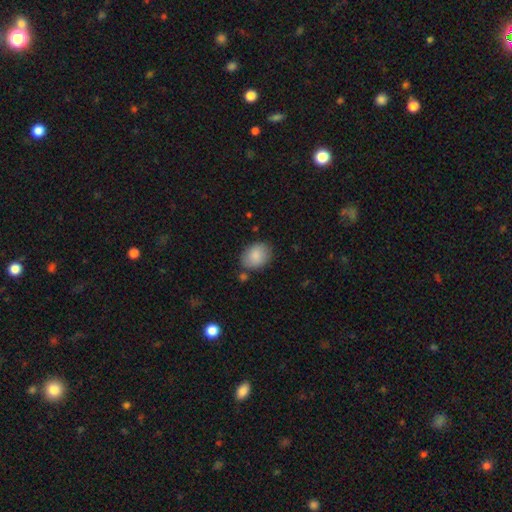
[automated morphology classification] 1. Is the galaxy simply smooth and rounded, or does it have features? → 87% smooth, 7% featured or disk, 7% star or artifact.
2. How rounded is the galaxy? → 70% in between, 29% round, 1% cigar-shaped.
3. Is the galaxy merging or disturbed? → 76% none, 16% minor disturbance, 4% merger, 4% major disturbance.